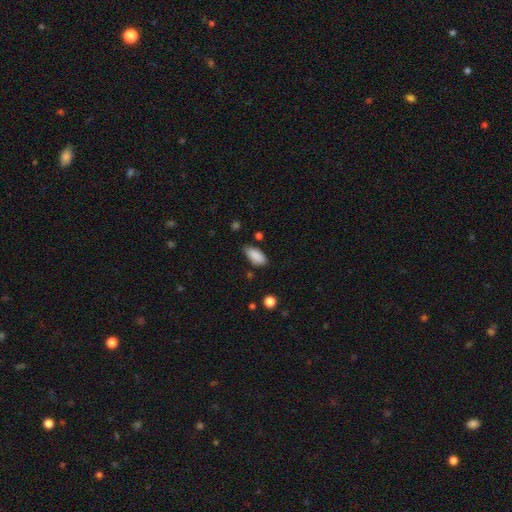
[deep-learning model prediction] smooth 88%, star or artifact 7%, featured or disk 5%. Down the decision tree: how rounded — in between (91%); merging — none (72%).